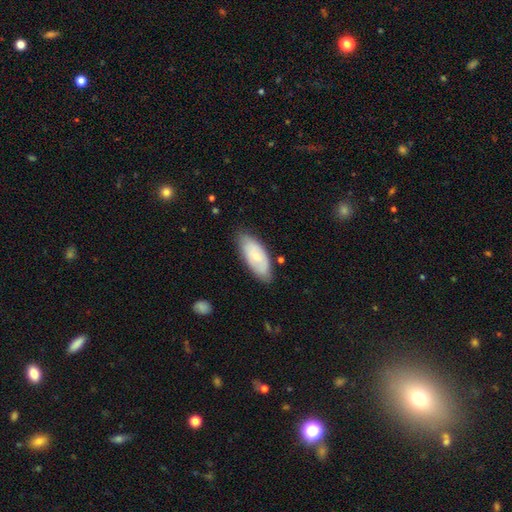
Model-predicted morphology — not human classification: Smooth or featured? smooth (58%)
How rounded? in between (86%)
Merging? none (77%)